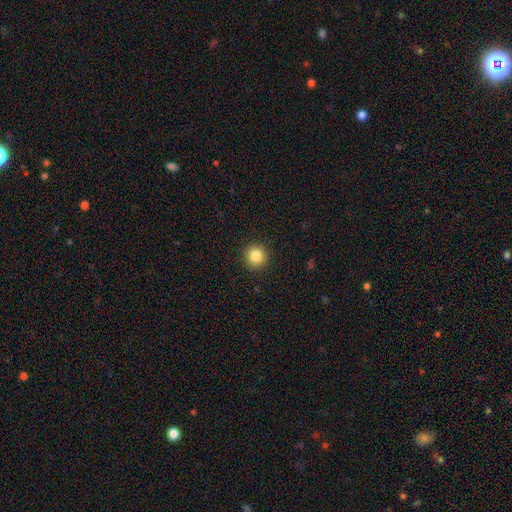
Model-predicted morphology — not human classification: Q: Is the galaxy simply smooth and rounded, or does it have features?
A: smooth — 85%.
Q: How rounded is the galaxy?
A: round — 94%.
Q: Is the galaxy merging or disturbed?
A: none — 92%.